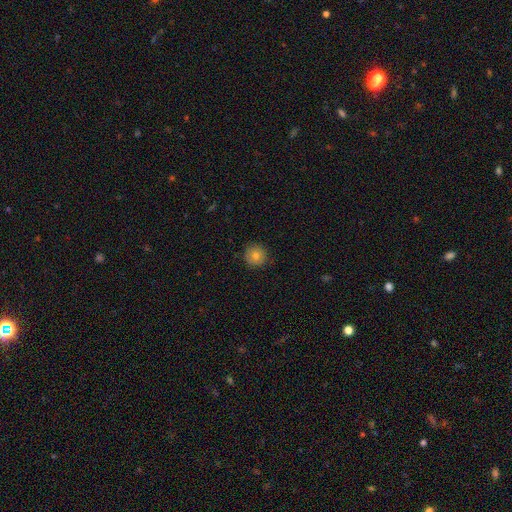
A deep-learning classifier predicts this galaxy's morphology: This appears to be a smooth galaxy with no disk features (76%) that is round (94%). Merging: none (87%).